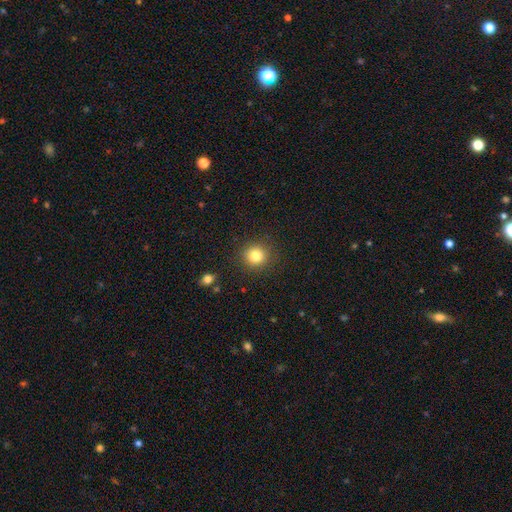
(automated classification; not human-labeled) Smooth or featured: smooth — 82% (star or artifact — 12%)
How rounded: round — 92% (in between — 7%)
Merging: none — 89% (minor disturbance — 7%)